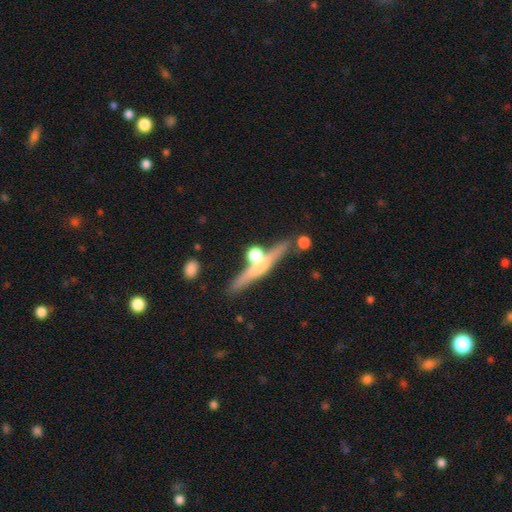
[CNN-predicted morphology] This appears to be a featured or disk galaxy (58%) viewed edge-on (94%) with a rounded central bulge (69%). Merging: none (76%).